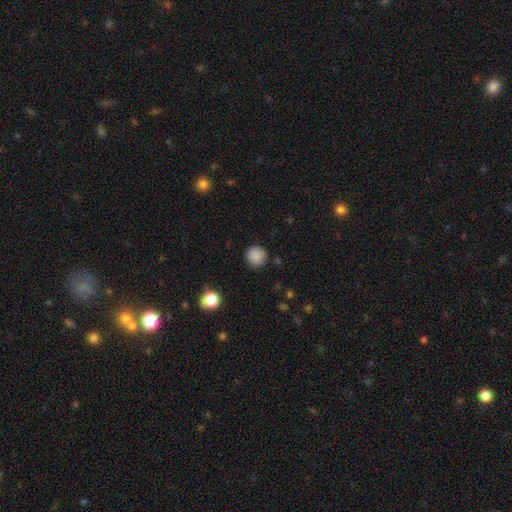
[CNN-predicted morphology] Smooth or featured: smooth — 87% (star or artifact — 9%)
How rounded: round — 95% (in between — 4%)
Merging: none — 89% (minor disturbance — 7%)